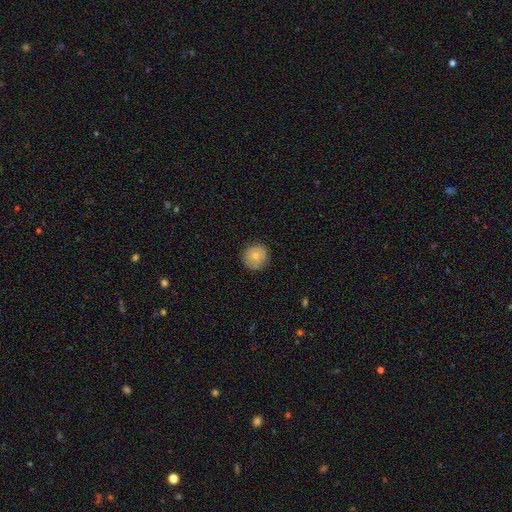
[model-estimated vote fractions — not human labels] smooth-or-featured: smooth: 77% | featured or disk: 15% | star or artifact: 9%
  how-rounded: round: 90% | in between: 9% | cigar-shaped: 1%
  merging: none: 85% | minor disturbance: 11% | major disturbance: 2% | merger: 1%